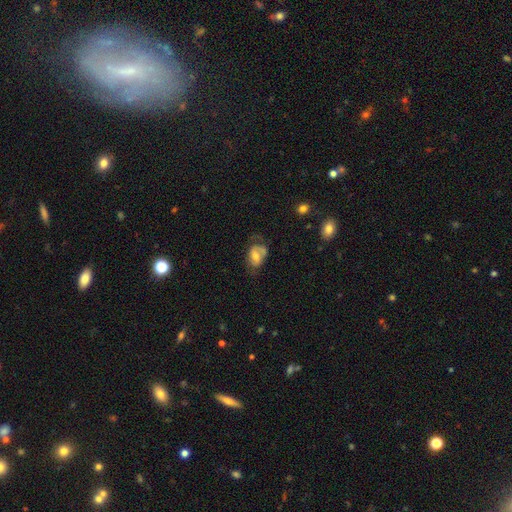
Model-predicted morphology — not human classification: A smooth galaxy with no disk features (49%).

Vote fractions:
- Smooth or featured? smooth: 49% / featured or disk: 42% / star or artifact: 9%
- Merging? none: 39% / minor disturbance: 28% / major disturbance: 26% / merger: 8%